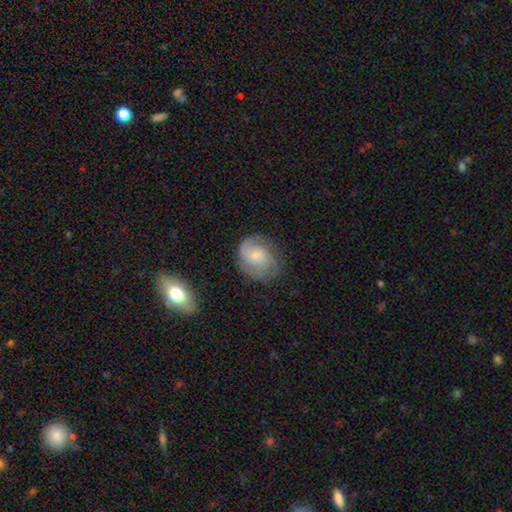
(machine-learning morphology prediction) Q: Smooth or featured?
A: featured or disk (67%); runner-up: smooth (26%)
Q: Edge-on disk?
A: no (98%); runner-up: yes (2%)
Q: Bar?
A: no (59%); runner-up: weak (36%)
Q: Spiral arms?
A: yes (92%); runner-up: no (8%)
Q: Spiral winding?
A: medium (45%); runner-up: tight (37%)
Q: Spiral arm count?
A: 2 (42%); runner-up: can't tell (23%)
Q: Bulge size?
A: small (54%); runner-up: moderate (35%)
Q: Merging?
A: none (67%); runner-up: minor disturbance (21%)